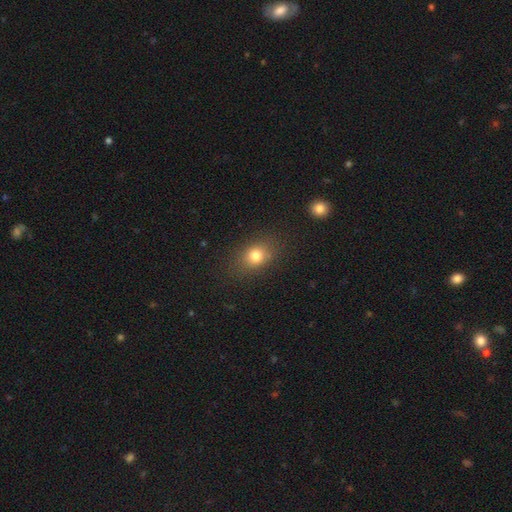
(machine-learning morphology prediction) Overall: smooth (78%). How rounded: in between (51%; round 47%). Merging: none (82%).